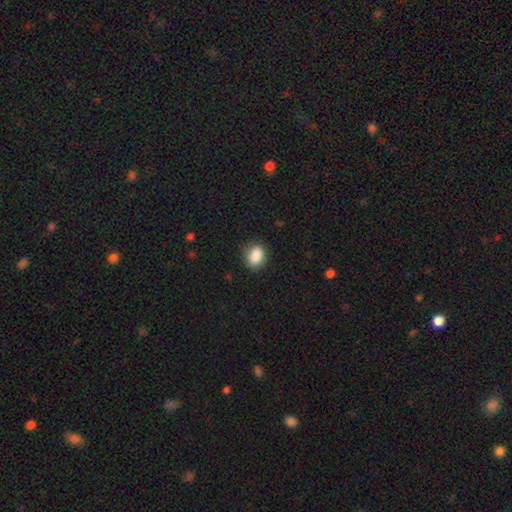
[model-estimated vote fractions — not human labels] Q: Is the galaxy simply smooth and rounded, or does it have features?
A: smooth — 88%.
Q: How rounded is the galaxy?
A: in between — 72%.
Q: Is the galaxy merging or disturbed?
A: none — 81%.